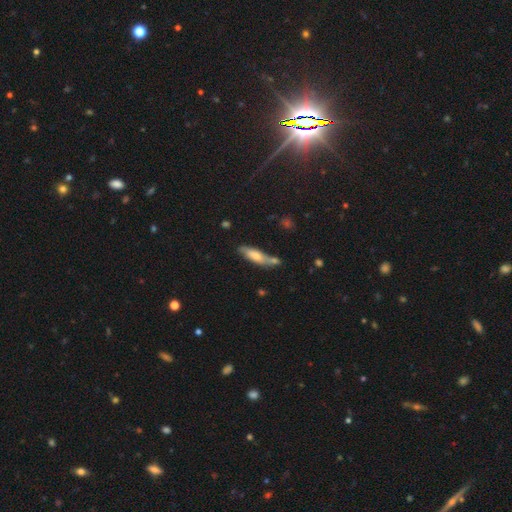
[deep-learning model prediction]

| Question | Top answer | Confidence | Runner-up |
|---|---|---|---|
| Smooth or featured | smooth | 68% | featured or disk (25%) |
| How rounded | cigar-shaped | 60% | in between (38%) |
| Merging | none | 54% | minor disturbance (20%) |